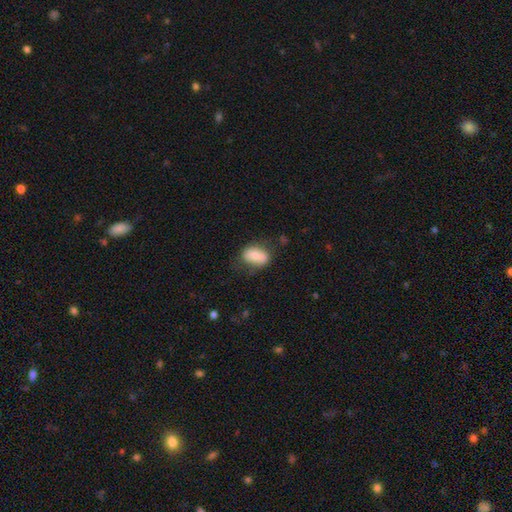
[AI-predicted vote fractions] smooth 75%, featured or disk 18%, star or artifact 7%. Down the decision tree: how rounded — in between (86%); merging — none (65%).